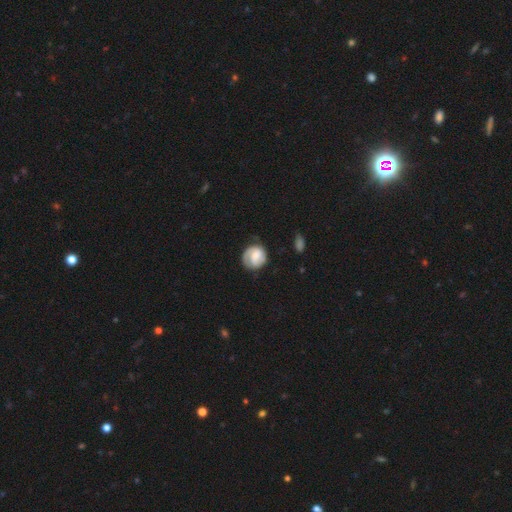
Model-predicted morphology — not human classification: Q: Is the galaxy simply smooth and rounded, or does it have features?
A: featured or disk — 60%.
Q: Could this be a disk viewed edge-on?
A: no — 98%.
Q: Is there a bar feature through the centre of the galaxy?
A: no — 44%, tied with weak.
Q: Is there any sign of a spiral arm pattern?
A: yes — 89%.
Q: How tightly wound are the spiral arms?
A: tight — 55%.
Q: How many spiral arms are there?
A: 2 — 53%.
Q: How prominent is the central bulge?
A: moderate — 42%.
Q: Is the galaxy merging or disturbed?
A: none — 68%.